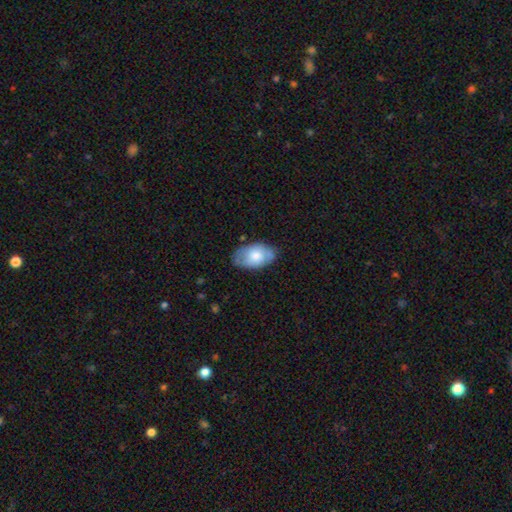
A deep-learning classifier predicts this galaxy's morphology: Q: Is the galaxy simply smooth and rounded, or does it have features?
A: smooth — 59%.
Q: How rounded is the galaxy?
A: in between — 92%.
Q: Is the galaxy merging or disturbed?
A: none — 70%.